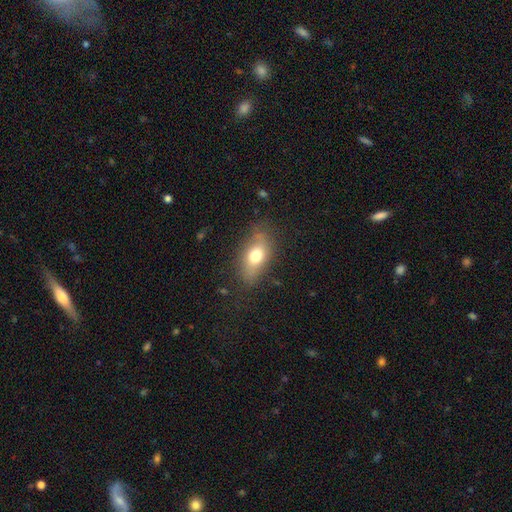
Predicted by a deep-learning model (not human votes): smooth 68%, featured or disk 23%, star or artifact 9%. Down the decision tree: how rounded — in between (83%); merging — none (73%).